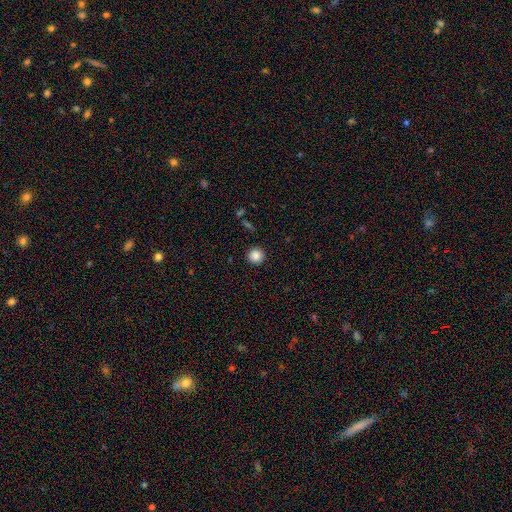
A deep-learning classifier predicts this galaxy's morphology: Smooth or featured?
  - smooth: 87% *
  - star or artifact: 10%
  - featured or disk: 3%
How rounded?
  - round: 95% *
  - in between: 4%
  - cigar-shaped: 1%
Merging?
  - none: 92% *
  - minor disturbance: 5%
  - major disturbance: 2%
  - merger: 1%